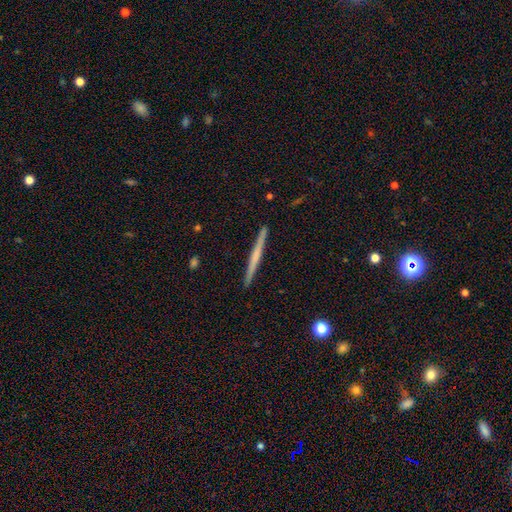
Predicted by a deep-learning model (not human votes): Morphology: type=featured or disk (56%); edge-on=yes (98%); edge-on bulge=none (72%); merging=none (93%).